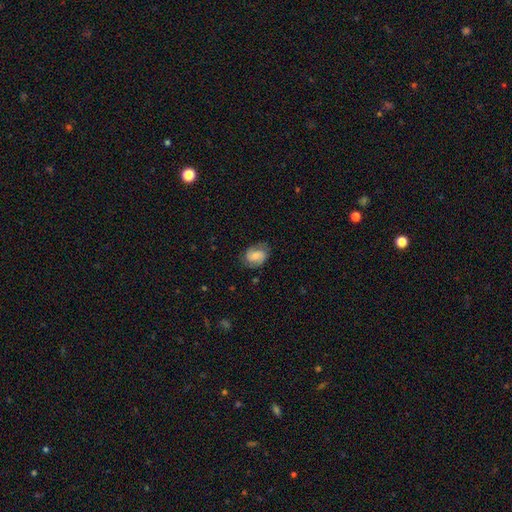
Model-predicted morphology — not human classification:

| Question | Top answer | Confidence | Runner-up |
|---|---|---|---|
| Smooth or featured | featured or disk | 61% | smooth (31%) |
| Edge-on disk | no | 97% | yes (3%) |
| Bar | no | 45% | weak (44%) |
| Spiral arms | yes | 93% | no (7%) |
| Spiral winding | medium | 47% | tight (31%) |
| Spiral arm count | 2 | 86% | can't tell (7%) |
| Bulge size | small | 43% | moderate (34%) |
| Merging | none | 76% | minor disturbance (17%) |